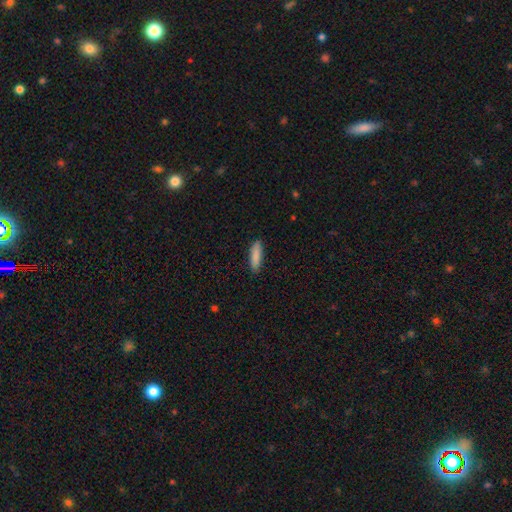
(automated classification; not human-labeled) smooth_or_featured: smooth (p=0.88) [alt: featured or disk p=0.06]
how_rounded: cigar-shaped (p=0.60) [alt: in between p=0.39]
merging: none (p=0.86) [alt: minor disturbance p=0.11]